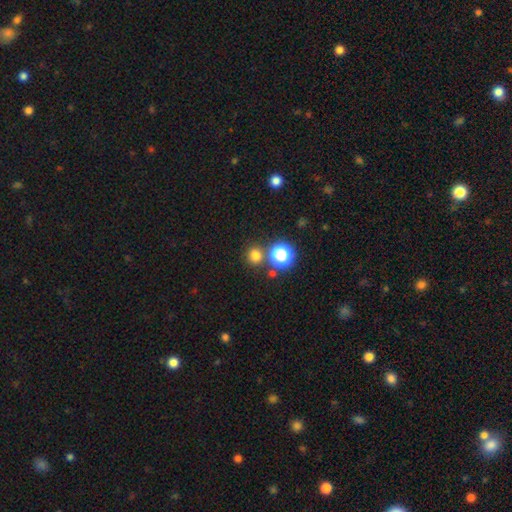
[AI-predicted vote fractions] A smooth galaxy with no disk features (73%) that is round (91%). Merging: none (81%).